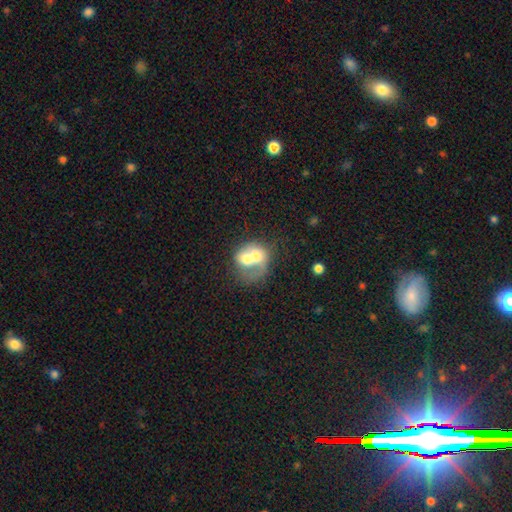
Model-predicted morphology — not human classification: This is possibly a smooth galaxy (53%). How rounded: possibly round (56%). Merging: likely merger (77%).